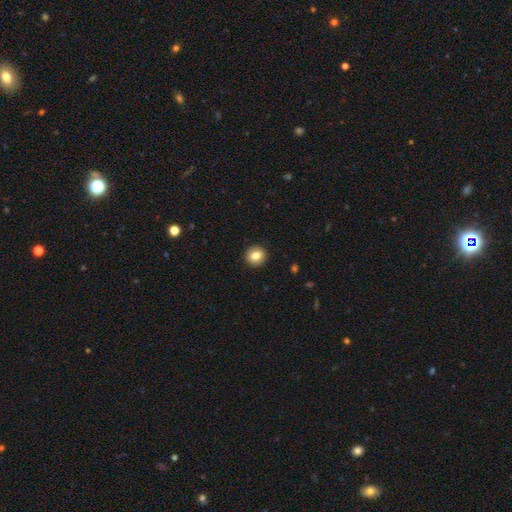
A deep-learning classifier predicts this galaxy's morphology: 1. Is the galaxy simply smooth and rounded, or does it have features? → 81% smooth, 10% featured or disk, 9% star or artifact.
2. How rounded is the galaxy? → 89% round, 10% in between, 1% cigar-shaped.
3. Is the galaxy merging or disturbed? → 92% none, 5% minor disturbance, 2% major disturbance, 1% merger.